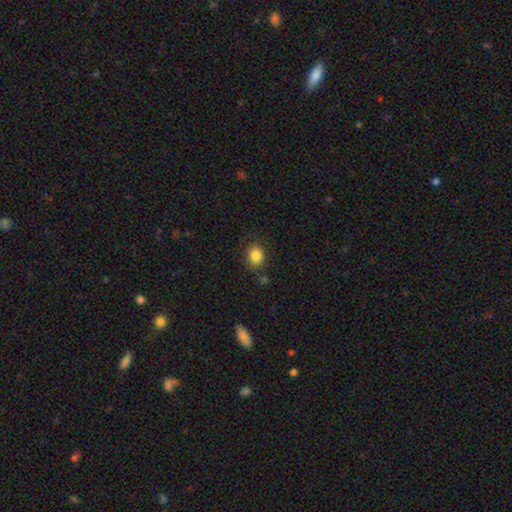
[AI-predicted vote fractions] Q: Smooth or featured?
A: smooth (84%); runner-up: star or artifact (10%)
Q: How rounded?
A: round (66%); runner-up: in between (33%)
Q: Merging?
A: none (80%); runner-up: minor disturbance (13%)